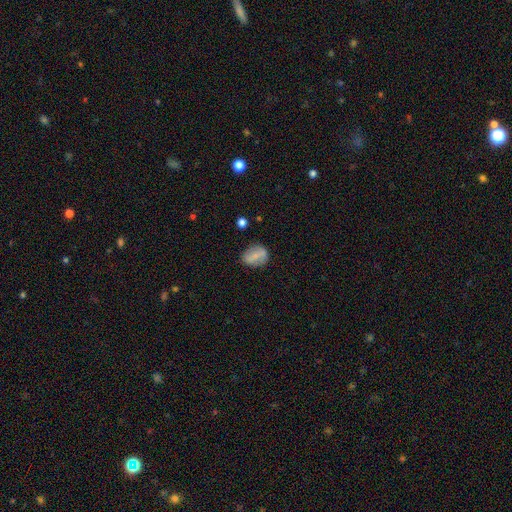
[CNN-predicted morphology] Smooth or featured?
  - smooth: 62% *
  - featured or disk: 30%
  - star or artifact: 8%
How rounded?
  - in between: 58% *
  - round: 39%
  - cigar-shaped: 2%
Merging?
  - none: 76% *
  - minor disturbance: 16%
  - major disturbance: 5%
  - merger: 3%